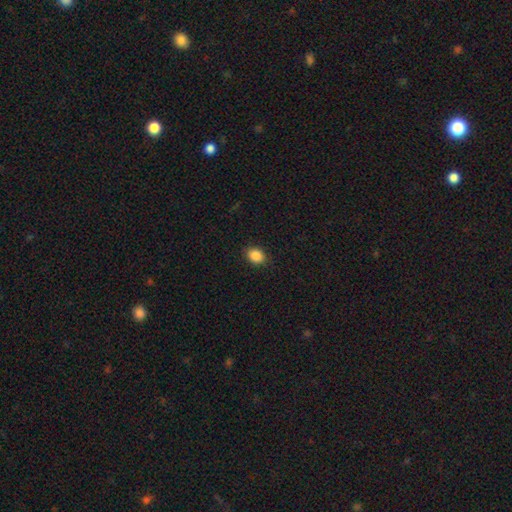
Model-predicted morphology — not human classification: The model was most divided on "how rounded": in between: 60%, round: 39%, cigar-shaped: 1%. More confident: merging — none (89%); smooth or featured — smooth (88%).